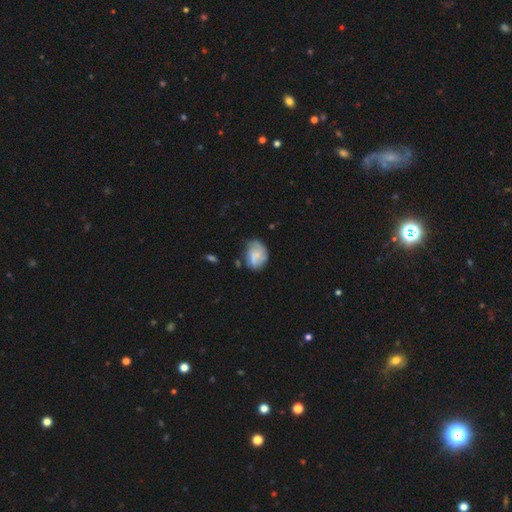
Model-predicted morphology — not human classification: smooth_or_featured: smooth (p=0.47) [alt: featured or disk p=0.45]
merging: none (p=0.52) [alt: minor disturbance p=0.30]